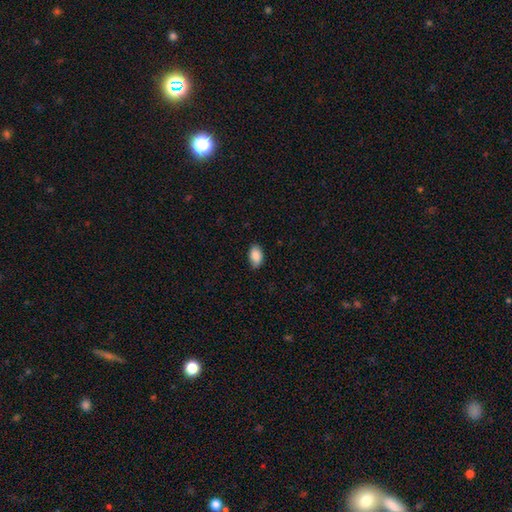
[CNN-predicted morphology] smooth 88%, star or artifact 7%, featured or disk 6%. Down the decision tree: how rounded — in between (93%); merging — none (80%).